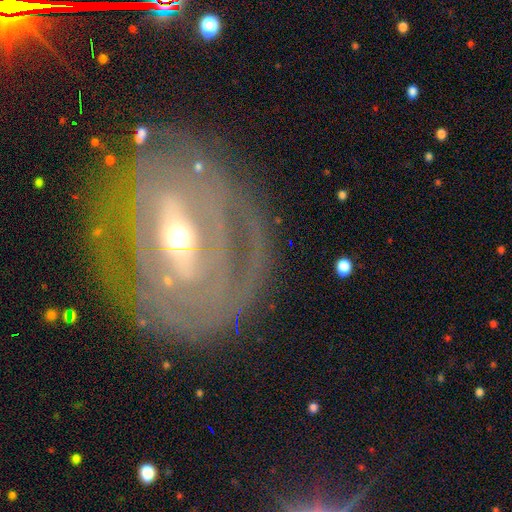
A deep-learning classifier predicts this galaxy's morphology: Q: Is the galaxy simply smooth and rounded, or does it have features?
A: featured or disk — 83%.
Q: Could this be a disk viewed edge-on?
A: no — 91%.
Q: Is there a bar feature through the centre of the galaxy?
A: strong — 53%.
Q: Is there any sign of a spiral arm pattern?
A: yes — 71%.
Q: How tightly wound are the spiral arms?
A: tight — 72%.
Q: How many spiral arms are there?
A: can't tell — 47%.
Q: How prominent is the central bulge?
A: moderate — 52%.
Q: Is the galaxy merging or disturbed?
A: none — 73%.